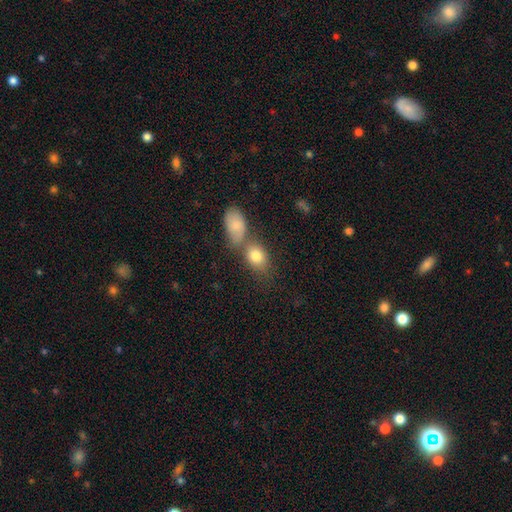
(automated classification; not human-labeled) Q: Smooth or featured?
A: smooth (81%); runner-up: featured or disk (11%)
Q: How rounded?
A: in between (74%); runner-up: round (23%)
Q: Merging?
A: none (43%); runner-up: merger (39%)